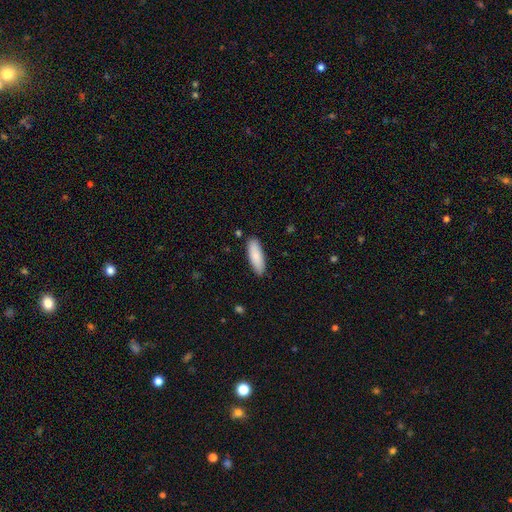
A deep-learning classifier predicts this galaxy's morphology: Q: Smooth or featured?
A: smooth (84%); runner-up: featured or disk (11%)
Q: How rounded?
A: in between (61%); runner-up: cigar-shaped (38%)
Q: Merging?
A: none (88%); runner-up: minor disturbance (9%)